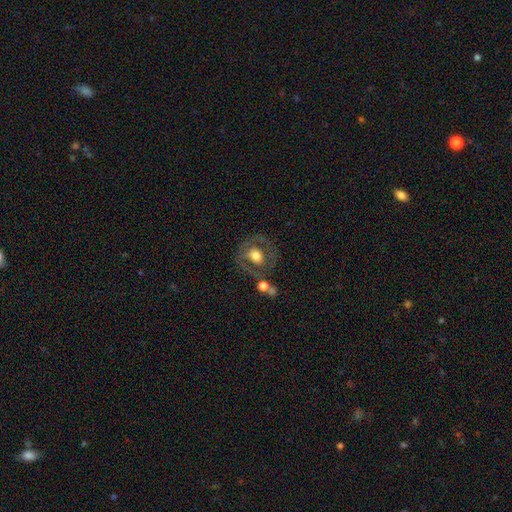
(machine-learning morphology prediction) smooth_or_featured: featured or disk (p=0.50) [alt: smooth p=0.43]
merging: none (p=0.62) [alt: minor disturbance p=0.16]